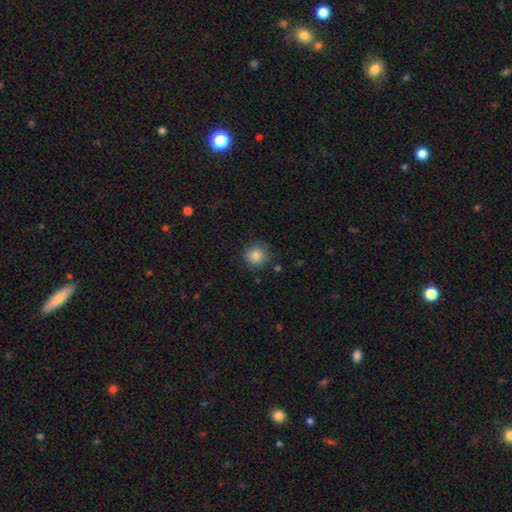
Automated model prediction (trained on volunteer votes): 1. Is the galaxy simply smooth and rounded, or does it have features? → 84% smooth, 10% star or artifact, 6% featured or disk.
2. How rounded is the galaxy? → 91% round, 8% in between, 1% cigar-shaped.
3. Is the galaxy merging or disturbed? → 83% none, 12% minor disturbance, 3% major disturbance, 2% merger.